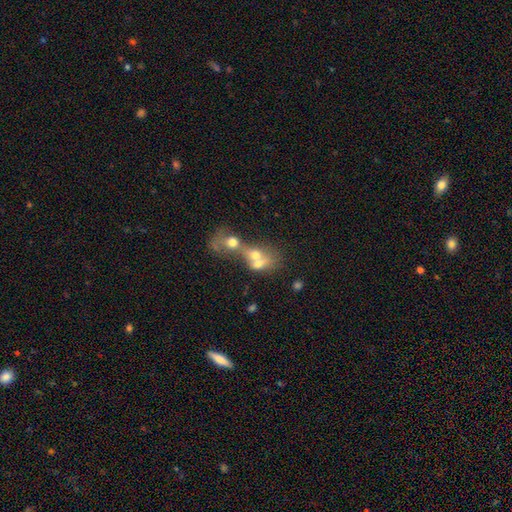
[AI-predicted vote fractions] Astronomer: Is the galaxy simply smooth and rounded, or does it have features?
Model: smooth — 51% (runner-up: featured or disk, 33%).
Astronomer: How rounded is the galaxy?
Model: round — 50% (runner-up: in between, 47%).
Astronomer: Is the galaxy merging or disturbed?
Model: merger — 74%.